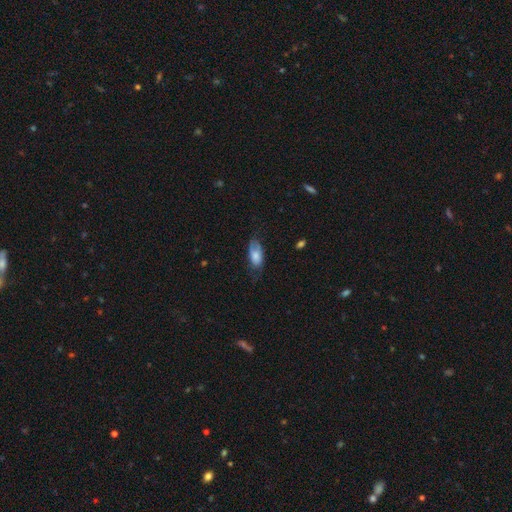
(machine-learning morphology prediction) smooth 70%, featured or disk 23%, star or artifact 7%. Down the decision tree: how rounded — in between (89%); merging — none (51%).